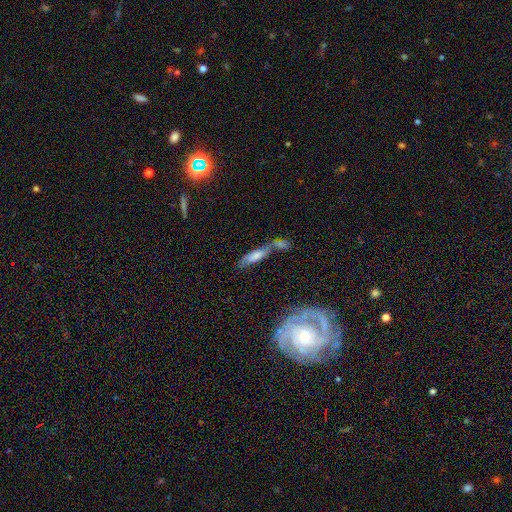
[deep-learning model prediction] A smooth galaxy with no disk features (62%) that is cigar-shaped (57%). Merging: merger (53%).